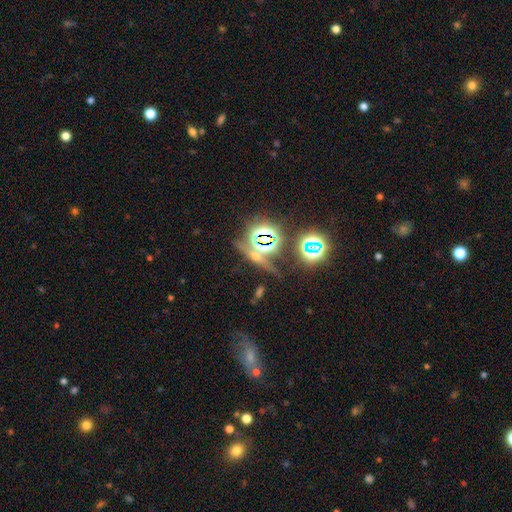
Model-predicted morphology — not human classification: A star or artifact, not a galaxy (58%).